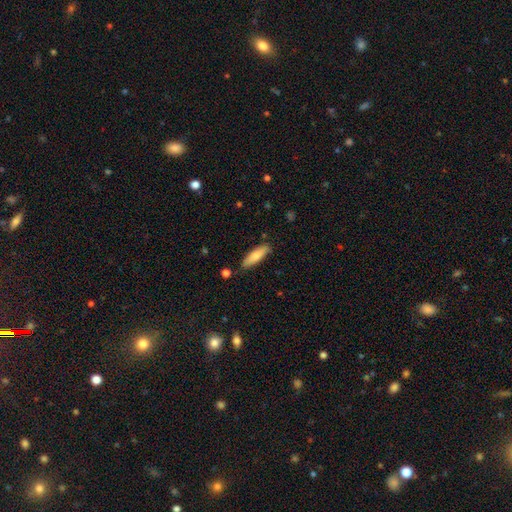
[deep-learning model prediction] This appears to be a smooth galaxy with no disk features (77%) that is cigar-shaped (56%). Merging: none (81%).